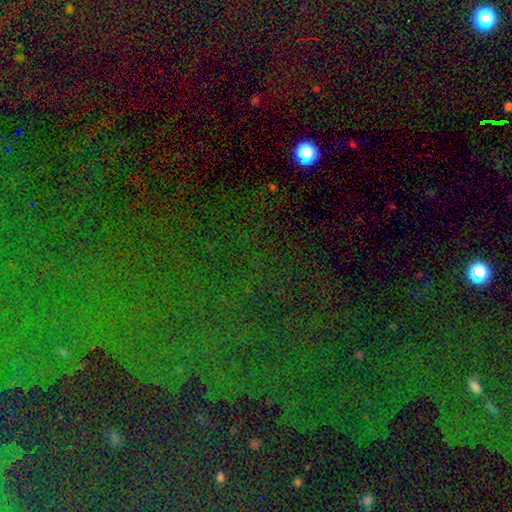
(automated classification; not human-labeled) star or artifact 78%, smooth 13%, featured or disk 10%.